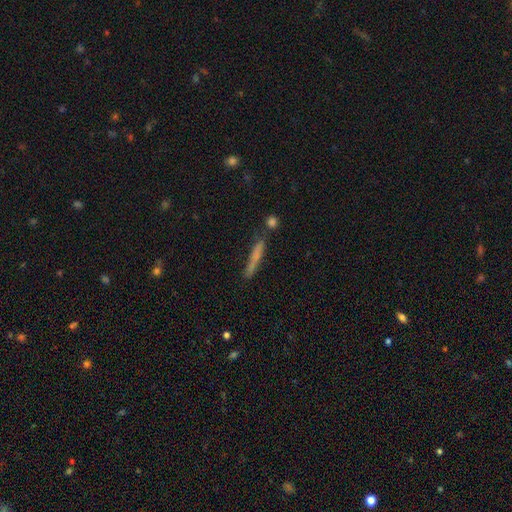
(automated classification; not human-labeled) A smooth galaxy with no disk features (63%) that is cigar-shaped (95%).

Vote fractions:
- Smooth or featured? smooth: 63% / featured or disk: 28% / star or artifact: 9%
- How rounded? cigar-shaped: 95% / in between: 3% / round: 2%
- Merging? none: 77% / minor disturbance: 14% / merger: 6% / major disturbance: 3%